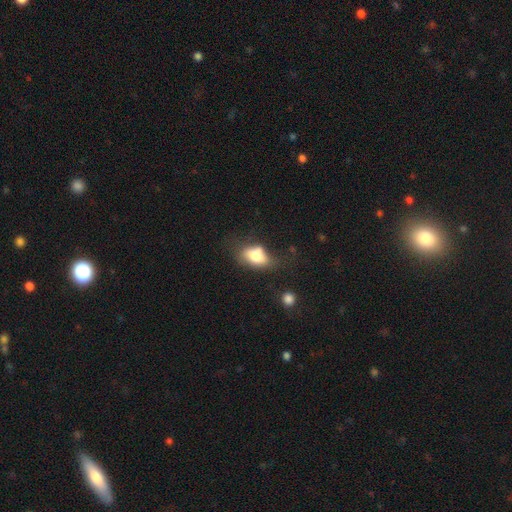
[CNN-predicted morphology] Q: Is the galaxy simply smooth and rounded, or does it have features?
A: smooth — 73%.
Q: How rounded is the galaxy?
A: in between — 84%.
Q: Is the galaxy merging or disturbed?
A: none — 38%.